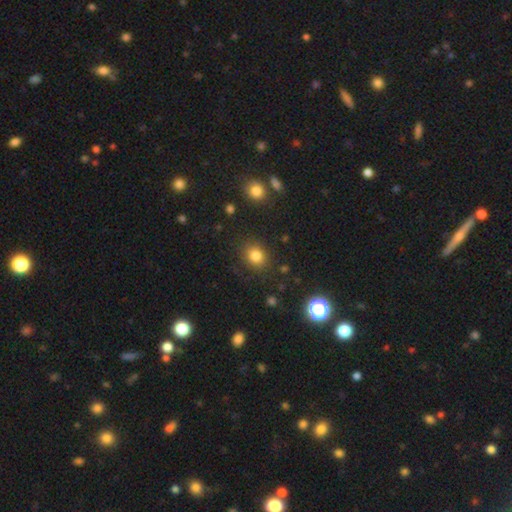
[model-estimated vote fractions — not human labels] Overall: smooth (82%). How rounded: round (68%; in between 31%). Merging: none (85%).